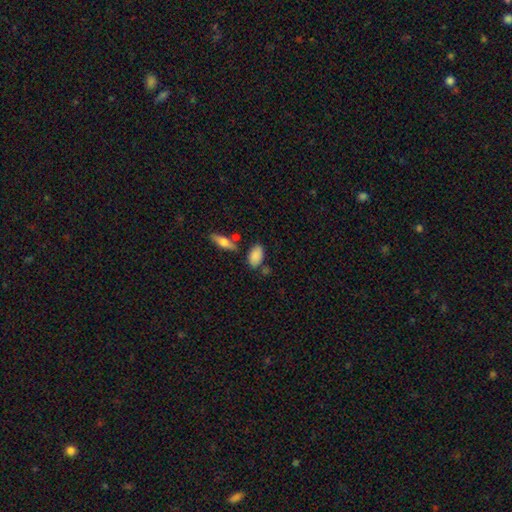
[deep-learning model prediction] A smooth galaxy with no disk features (85%) that is in between round and cigar-shaped (90%).

Vote fractions:
- Smooth or featured? smooth: 85% / featured or disk: 8% / star or artifact: 7%
- How rounded? in between: 90% / round: 6% / cigar-shaped: 4%
- Merging? none: 69% / minor disturbance: 17% / merger: 9% / major disturbance: 5%